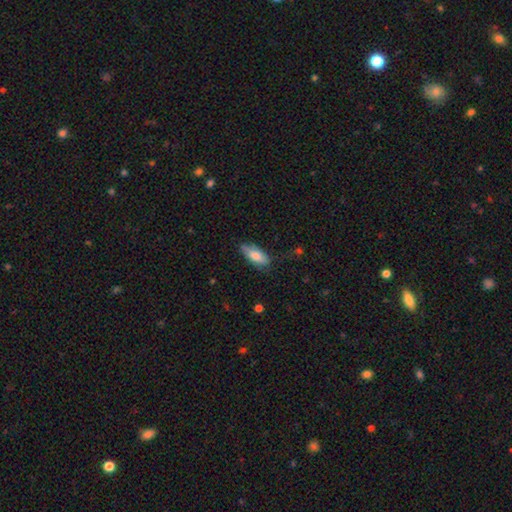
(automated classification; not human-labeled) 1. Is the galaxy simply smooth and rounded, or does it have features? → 75% smooth, 19% featured or disk, 6% star or artifact.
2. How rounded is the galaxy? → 75% in between, 23% cigar-shaped, 2% round.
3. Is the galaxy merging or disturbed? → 67% none, 25% minor disturbance, 6% major disturbance, 2% merger.